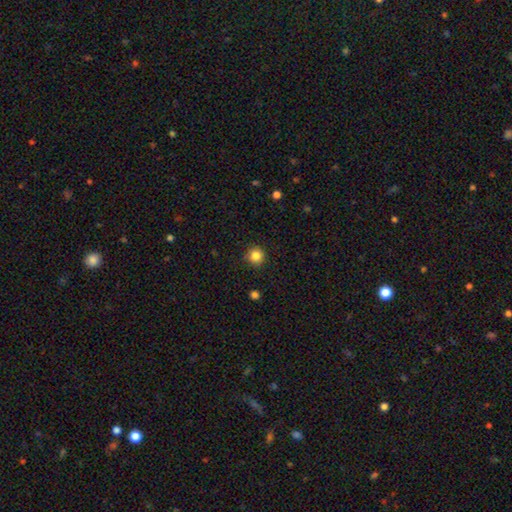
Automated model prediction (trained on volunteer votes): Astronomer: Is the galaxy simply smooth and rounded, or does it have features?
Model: smooth — 84%.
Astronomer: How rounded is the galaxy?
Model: round — 95%.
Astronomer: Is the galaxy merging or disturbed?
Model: none — 91%.